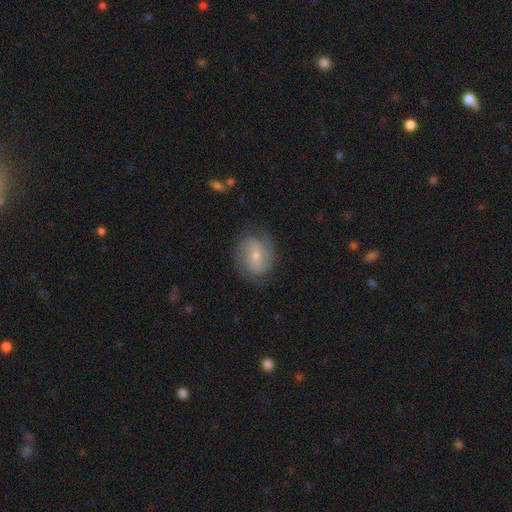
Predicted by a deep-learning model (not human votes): smooth-or-featured: featured or disk: 69% | smooth: 24% | star or artifact: 8%
  disk-edge-on: no: 96% | yes: 4%
    bar: weak: 48% | no: 30% | strong: 22%
    has-spiral-arms: yes: 85% | no: 15%
      spiral-winding: medium: 41% | tight: 38% | loose: 21%
      spiral-arm-count: 2: 69% | can't tell: 19% | 3: 5% | 1: 4% | 4: 2% | more than 4: 2%
    bulge-size: small: 50% | moderate: 46% | large: 2% | none: 1% | dominant: 1%
  merging: none: 76% | minor disturbance: 16% | major disturbance: 6% | merger: 1%